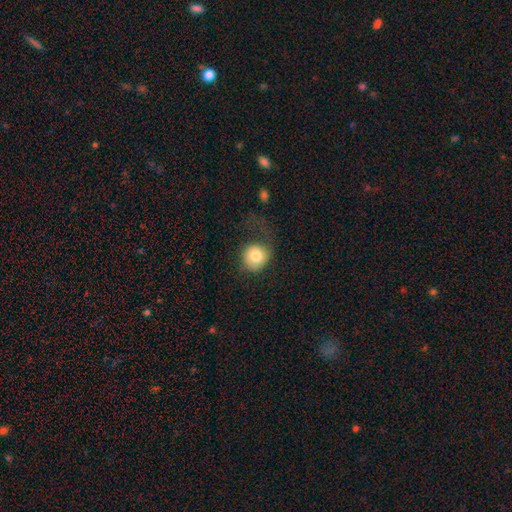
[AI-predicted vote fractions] This appears to be a smooth galaxy with no disk features (78%) that is round (82%). Merging: none (42%).